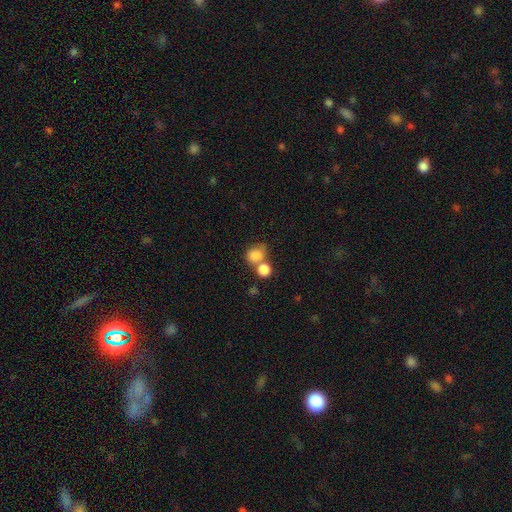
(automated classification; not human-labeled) This appears to be a smooth galaxy with no disk features (82%) that is round (61%). Merging: merger (49%).